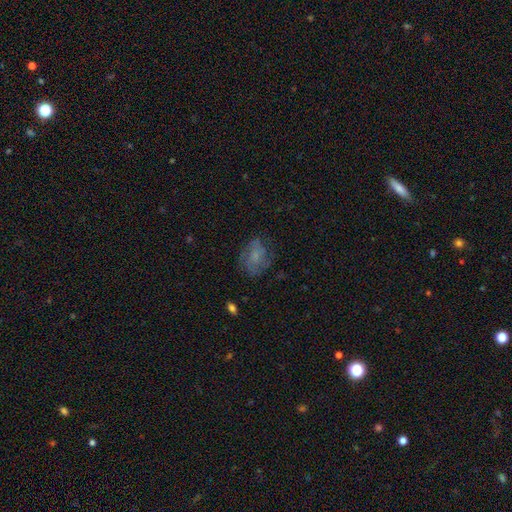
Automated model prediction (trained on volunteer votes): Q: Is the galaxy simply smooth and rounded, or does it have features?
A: smooth — 44%.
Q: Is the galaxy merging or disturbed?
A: none — 63%.